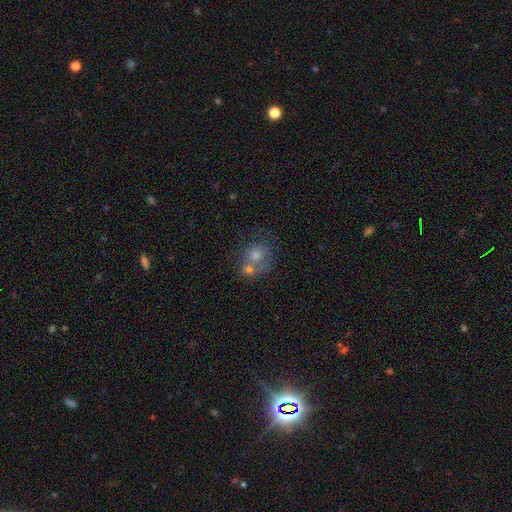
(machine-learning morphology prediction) Q: Smooth or featured?
A: smooth (57%); runner-up: featured or disk (26%)
Q: How rounded?
A: round (76%); runner-up: in between (23%)
Q: Merging?
A: merger (48%); runner-up: none (35%)